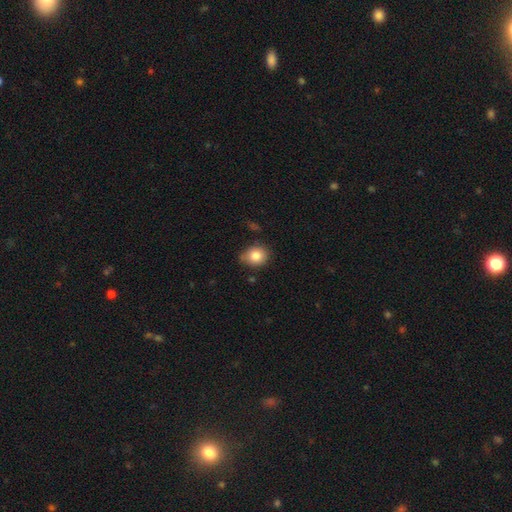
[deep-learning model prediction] Smooth or featured?
  - smooth: 83% *
  - star or artifact: 9%
  - featured or disk: 8%
How rounded?
  - round: 60% *
  - in between: 39%
  - cigar-shaped: 1%
Merging?
  - none: 67% *
  - minor disturbance: 26%
  - major disturbance: 4%
  - merger: 3%